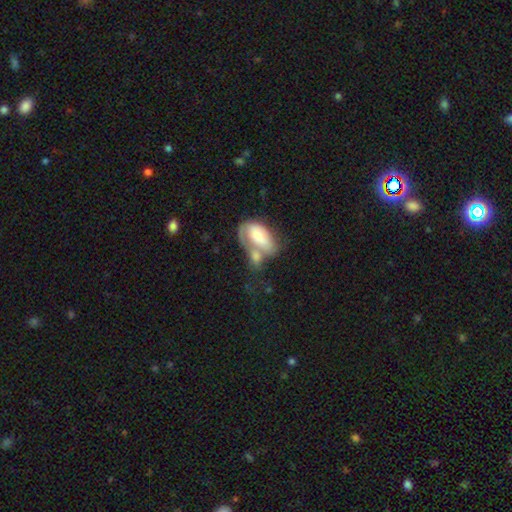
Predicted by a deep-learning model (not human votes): This appears to be a smooth galaxy with no disk features (53%) that is in between round and cigar-shaped (86%). Merging: merger (56%).